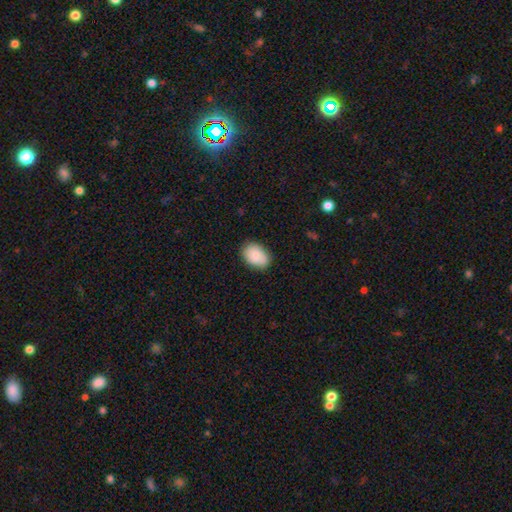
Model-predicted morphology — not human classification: Overall: smooth (85%). How rounded: in between (85%). Merging: none (81%).